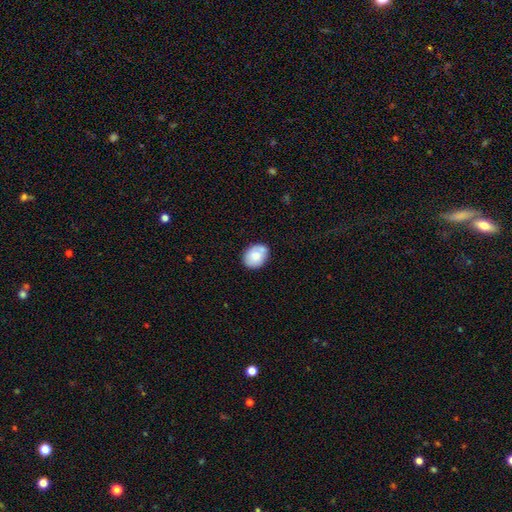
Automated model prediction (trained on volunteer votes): smooth-or-featured: smooth: 75% | featured or disk: 18% | star or artifact: 7%
  how-rounded: in between: 60% | round: 39% | cigar-shaped: 1%
  merging: none: 70% | minor disturbance: 19% | merger: 7% | major disturbance: 4%